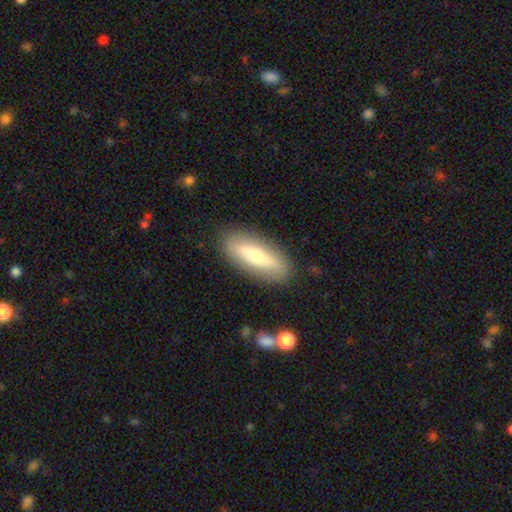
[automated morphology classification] This is possibly a smooth galaxy (59%). How rounded: possibly in between (57%). Merging: clearly none (85%).